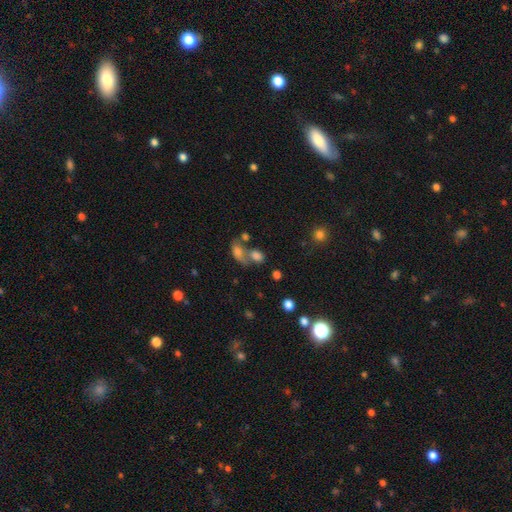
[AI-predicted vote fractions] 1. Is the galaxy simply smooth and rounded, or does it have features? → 74% smooth, 14% star or artifact, 12% featured or disk.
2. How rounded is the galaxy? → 72% in between, 25% round, 3% cigar-shaped.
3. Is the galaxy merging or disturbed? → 48% merger, 32% none, 11% minor disturbance, 8% major disturbance.